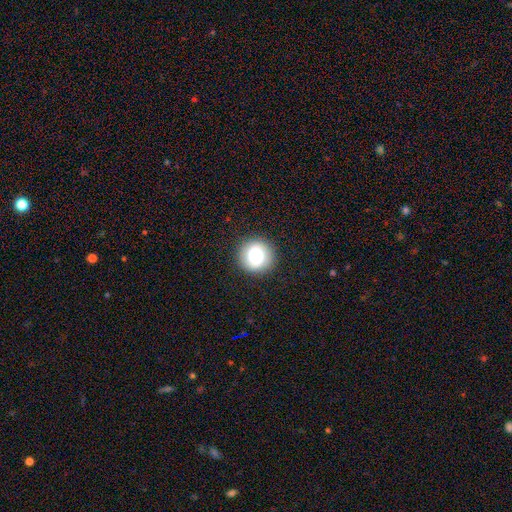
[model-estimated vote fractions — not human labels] This is possibly a smooth galaxy (59%). How rounded: clearly round (94%). Merging: clearly none (88%).